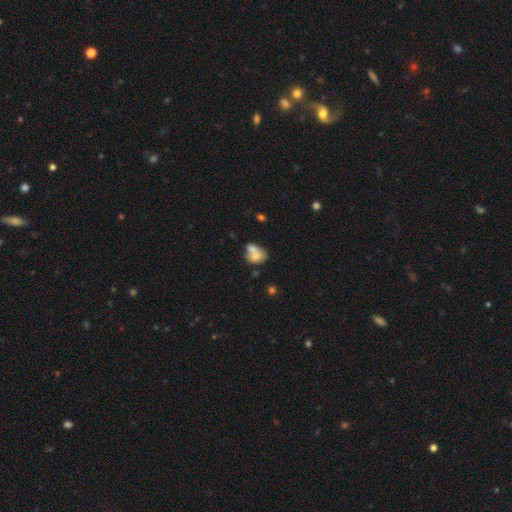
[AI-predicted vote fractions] smooth 68%, featured or disk 23%, star or artifact 9%. Down the decision tree: how rounded — in between (56%); merging — merger (62%).